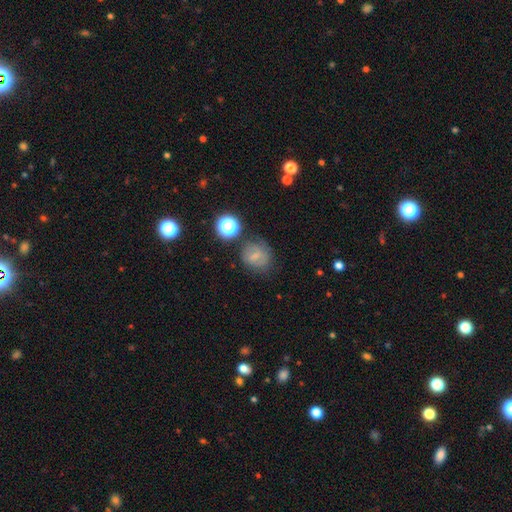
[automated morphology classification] Smooth or featured? Predicted: smooth (p=0.58). How rounded? Predicted: round (p=0.78). Merging? Predicted: none (p=0.67).